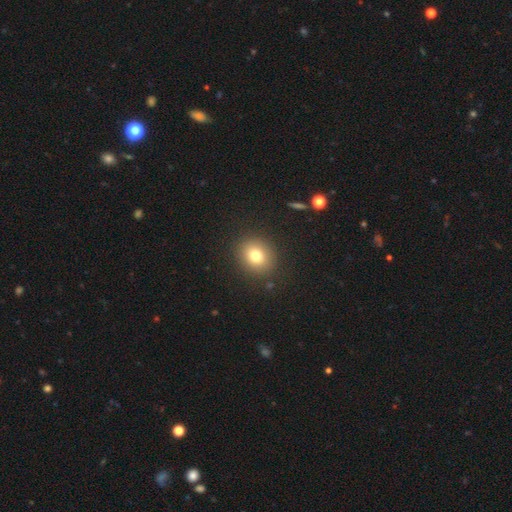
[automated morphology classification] Smooth or featured? Predicted: smooth (p=0.77). How rounded? Predicted: round (p=0.74). Merging? Predicted: none (p=0.89).